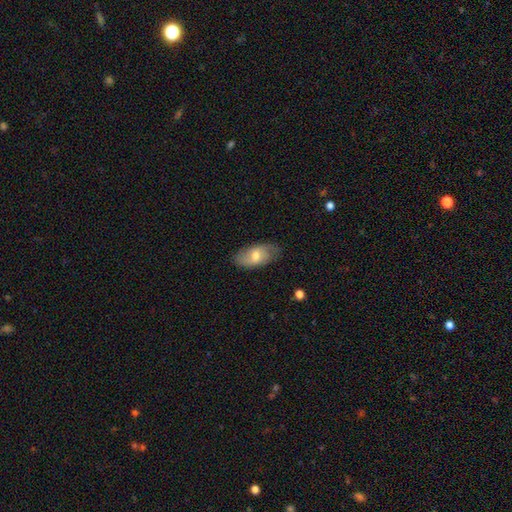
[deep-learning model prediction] Smooth or featured: smooth — 59% (featured or disk — 34%)
How rounded: in between — 92% (cigar-shaped — 4%)
Merging: none — 78% (minor disturbance — 17%)